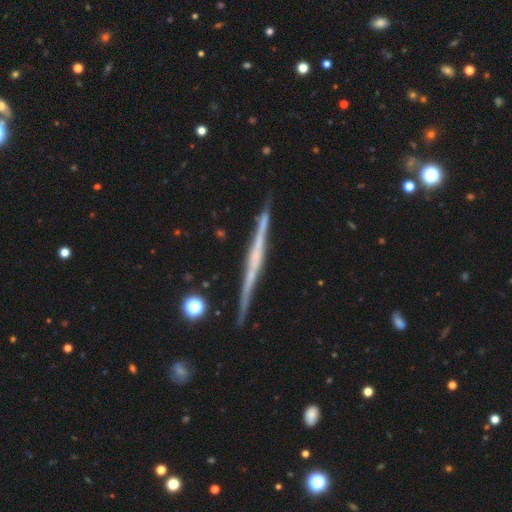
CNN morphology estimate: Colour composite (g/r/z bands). It shows a featured or disk galaxy (75%) viewed edge-on (98%) with no central bulge (72%). Merging: none (88%).